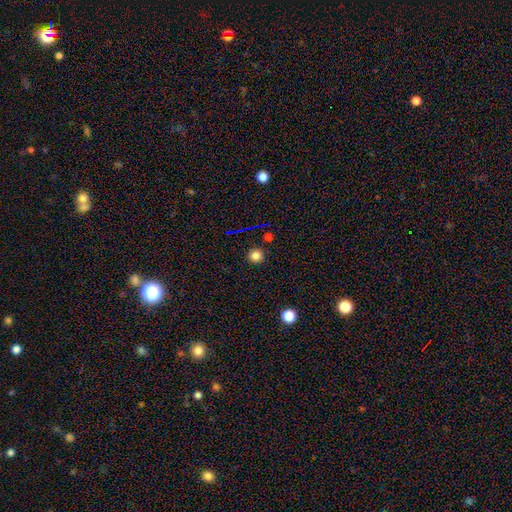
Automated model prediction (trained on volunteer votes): Morphology: type=smooth (80%); roundness=round (95%); merging=none (89%).